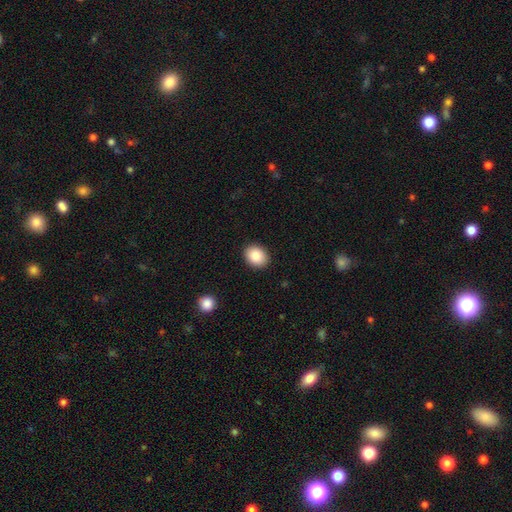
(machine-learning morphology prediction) smooth-or-featured: smooth: 86% | star or artifact: 8% | featured or disk: 6%
  how-rounded: in between: 55% | round: 44% | cigar-shaped: 1%
  merging: none: 91% | minor disturbance: 7% | major disturbance: 2% | merger: 1%